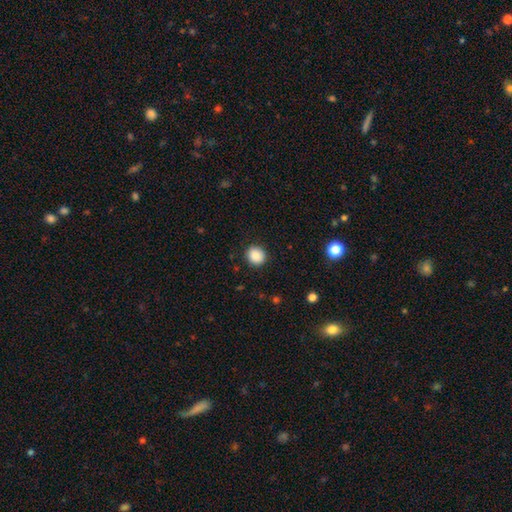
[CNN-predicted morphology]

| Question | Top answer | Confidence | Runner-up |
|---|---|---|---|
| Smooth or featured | smooth | 88% | star or artifact (9%) |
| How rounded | round | 86% | in between (13%) |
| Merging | none | 90% | minor disturbance (7%) |